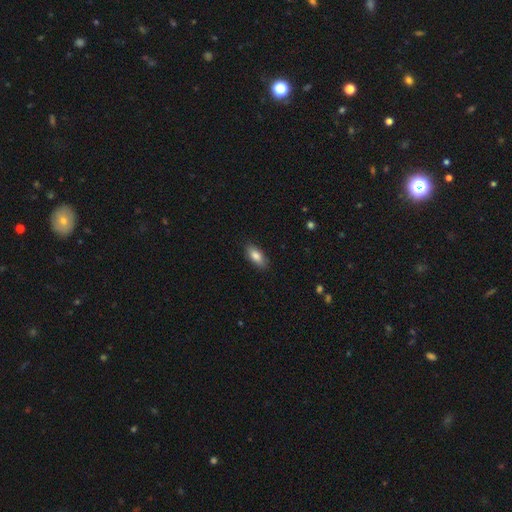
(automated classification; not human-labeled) Q: Smooth or featured?
A: smooth (84%); runner-up: featured or disk (10%)
Q: How rounded?
A: in between (84%); runner-up: cigar-shaped (13%)
Q: Merging?
A: none (87%); runner-up: minor disturbance (10%)